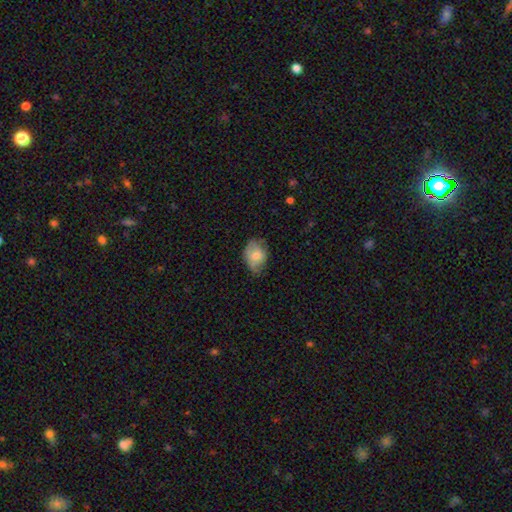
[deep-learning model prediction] Smooth or featured? smooth (68%)
How rounded? in between (72%)
Merging? none (52%)